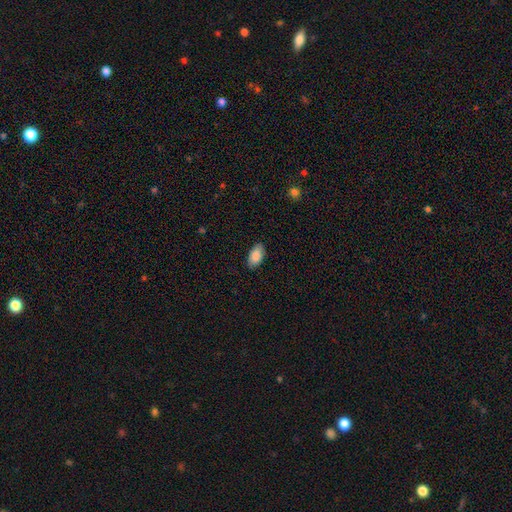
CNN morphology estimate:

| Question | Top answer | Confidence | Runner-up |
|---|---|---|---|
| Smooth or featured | smooth | 87% | star or artifact (6%) |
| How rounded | in between | 94% | round (3%) |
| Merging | none | 85% | minor disturbance (11%) |